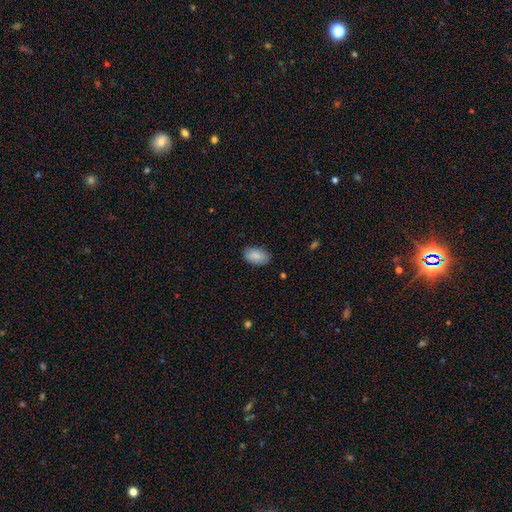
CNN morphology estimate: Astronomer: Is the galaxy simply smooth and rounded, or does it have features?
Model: smooth — 87%.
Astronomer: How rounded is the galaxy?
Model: in between — 93%.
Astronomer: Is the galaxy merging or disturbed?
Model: none — 83%.